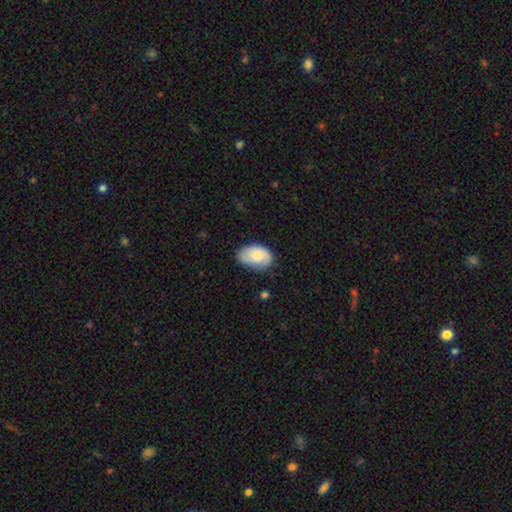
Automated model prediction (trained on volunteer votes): This is likely a smooth galaxy (62%). How rounded: clearly in between (89%). Merging: likely none (68%).